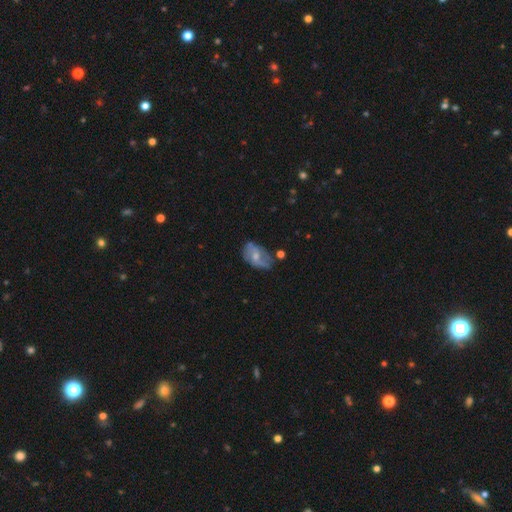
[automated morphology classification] Q: Smooth or featured?
A: featured or disk (49%); runner-up: smooth (43%)
Q: Merging?
A: none (43%); runner-up: minor disturbance (33%)